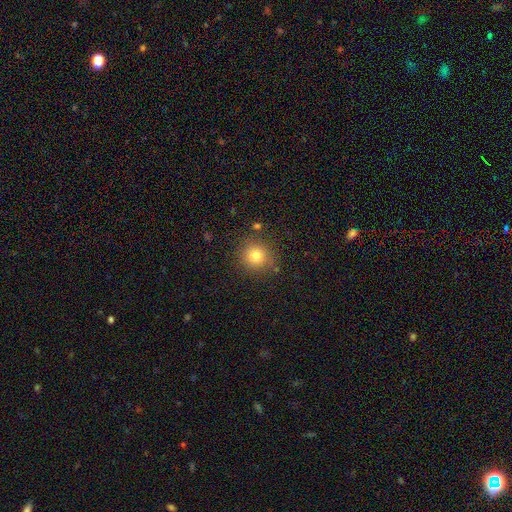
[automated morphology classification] Overall: smooth (79%). How rounded: round (91%). Merging: none (84%).